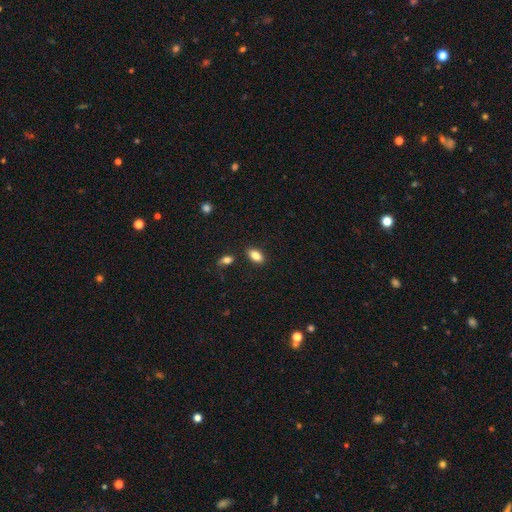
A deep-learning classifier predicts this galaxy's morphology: A smooth galaxy with no disk features (83%) that is in between round and cigar-shaped (90%). Merging: none (84%).